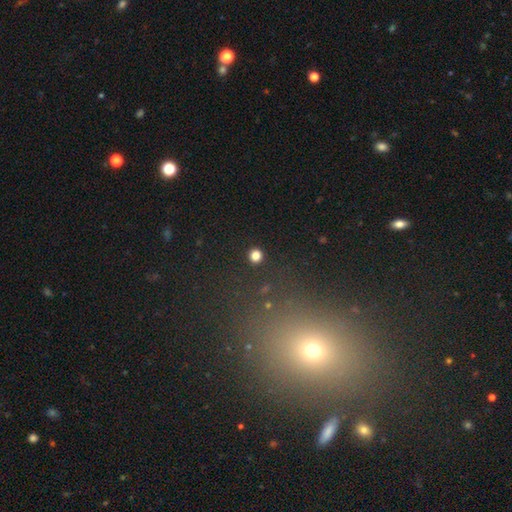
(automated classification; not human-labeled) Overall: smooth (81%). How rounded: round (93%). Merging: none (92%).